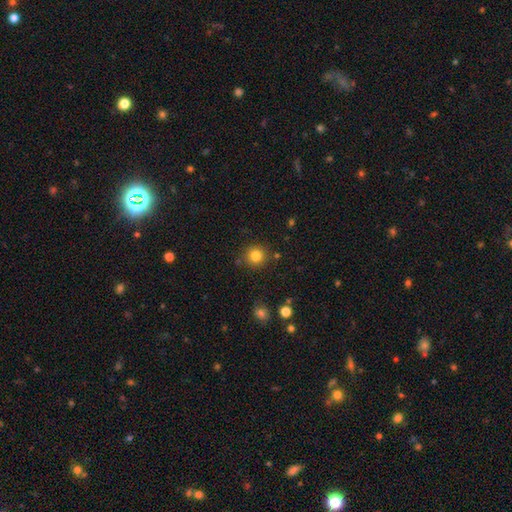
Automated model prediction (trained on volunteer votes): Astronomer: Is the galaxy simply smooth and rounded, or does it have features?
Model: smooth — 82%.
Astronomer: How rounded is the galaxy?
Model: round — 93%.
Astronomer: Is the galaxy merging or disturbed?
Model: none — 86%.